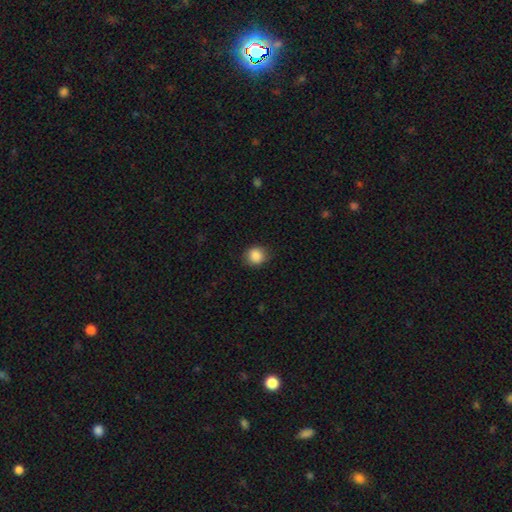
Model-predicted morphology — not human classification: smooth-or-featured: smooth: 87% | star or artifact: 9% | featured or disk: 4%
  how-rounded: round: 79% | in between: 20% | cigar-shaped: 1%
  merging: none: 85% | minor disturbance: 12% | major disturbance: 3% | merger: 1%